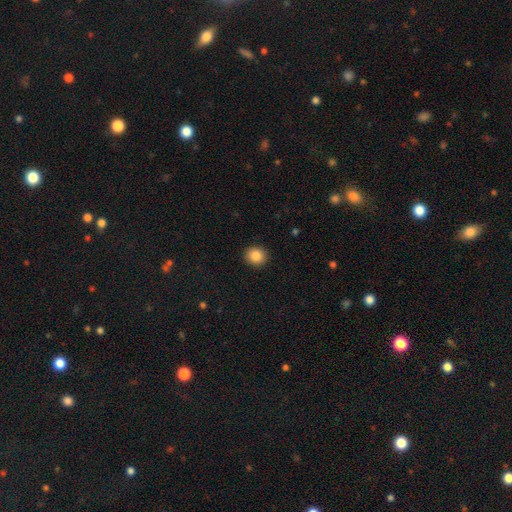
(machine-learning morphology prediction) smooth_or_featured: smooth (p=0.86) [alt: star or artifact p=0.09]
how_rounded: round (p=0.82) [alt: in between p=0.17]
merging: none (p=0.92) [alt: minor disturbance p=0.06]